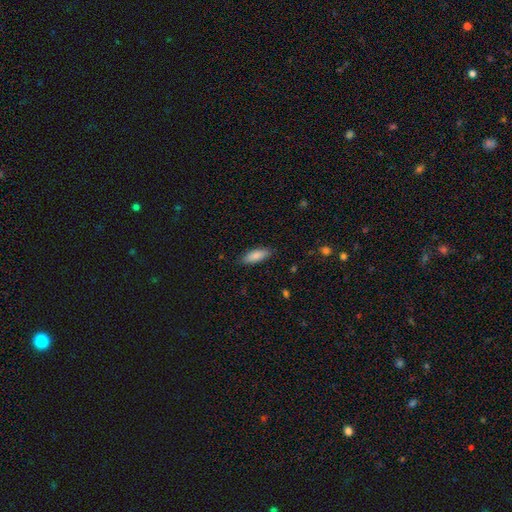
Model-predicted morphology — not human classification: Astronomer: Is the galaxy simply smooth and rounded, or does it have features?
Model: smooth — 86%.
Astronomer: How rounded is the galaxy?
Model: in between — 65%.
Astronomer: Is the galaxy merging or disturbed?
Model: none — 86%.